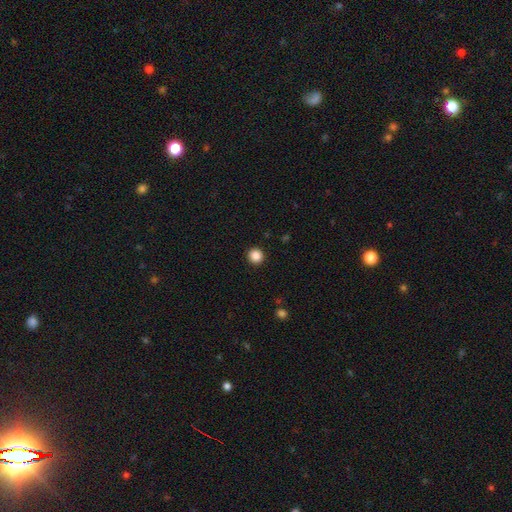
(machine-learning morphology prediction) The model was most divided on "smooth or featured": smooth: 87%, star or artifact: 10%, featured or disk: 3%. More confident: how rounded — round (95%); merging — none (93%).